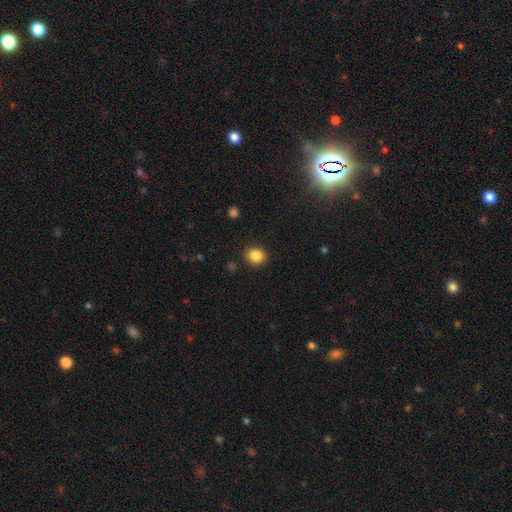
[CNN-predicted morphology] Smooth or featured: smooth — 85% (star or artifact — 10%)
How rounded: round — 74% (in between — 25%)
Merging: none — 89% (minor disturbance — 7%)